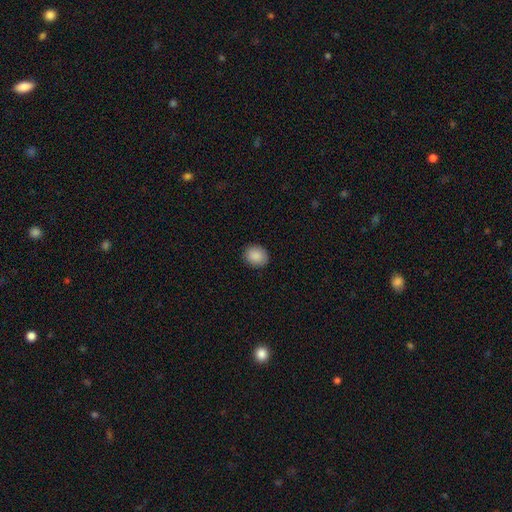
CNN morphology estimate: smooth 89%, star or artifact 8%, featured or disk 3%. Down the decision tree: how rounded — round (59%); merging — none (89%).